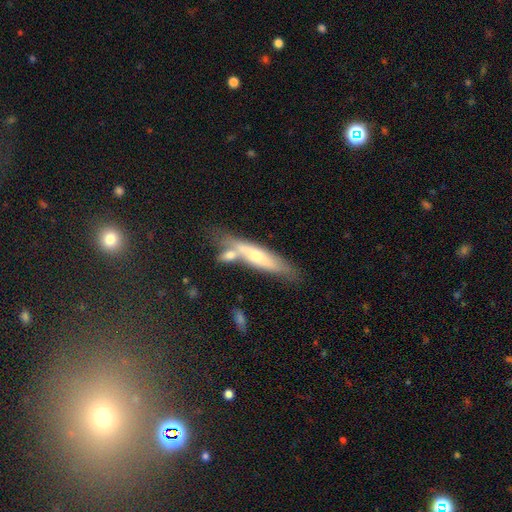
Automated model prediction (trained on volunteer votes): Q: Smooth or featured?
A: featured or disk (49%); runner-up: smooth (44%)
Q: Merging?
A: none (54%); runner-up: merger (25%)